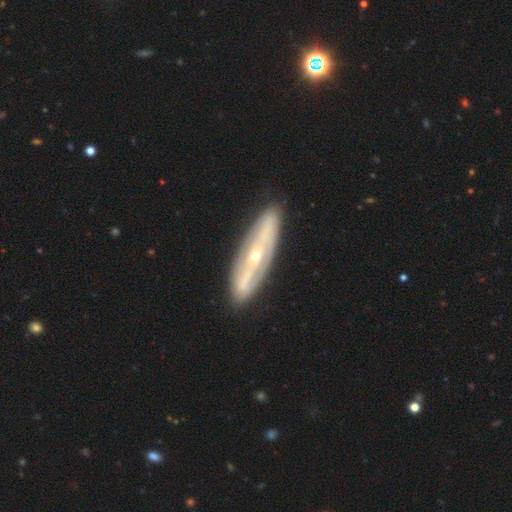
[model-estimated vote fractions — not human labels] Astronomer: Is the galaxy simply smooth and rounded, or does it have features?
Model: featured or disk — 75%.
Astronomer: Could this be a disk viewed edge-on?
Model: no — 57% (runner-up: yes, 43%).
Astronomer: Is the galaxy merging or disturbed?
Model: none — 85%.